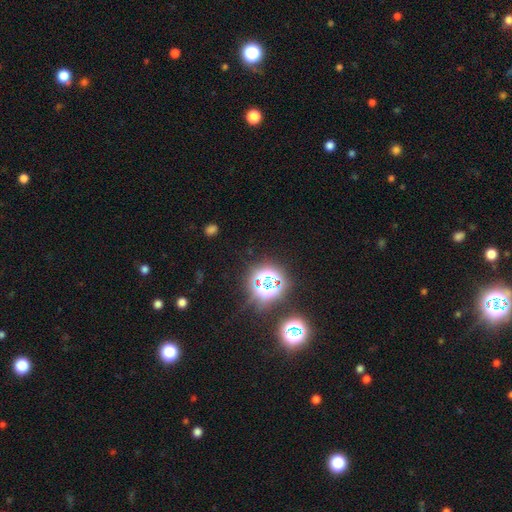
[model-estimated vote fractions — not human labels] A star or artifact, not a galaxy (80%).

Vote fractions:
- Smooth or featured? star or artifact: 80% / smooth: 14% / featured or disk: 6%